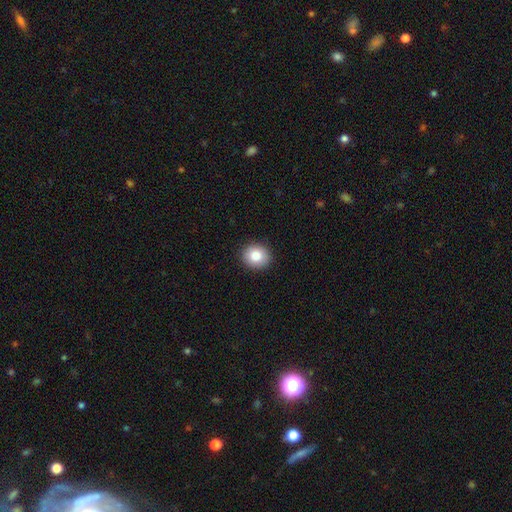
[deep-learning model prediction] smooth_or_featured: smooth (p=0.85) [alt: star or artifact p=0.09]
how_rounded: round (p=0.78) [alt: in between p=0.21]
merging: none (p=0.91) [alt: minor disturbance p=0.06]